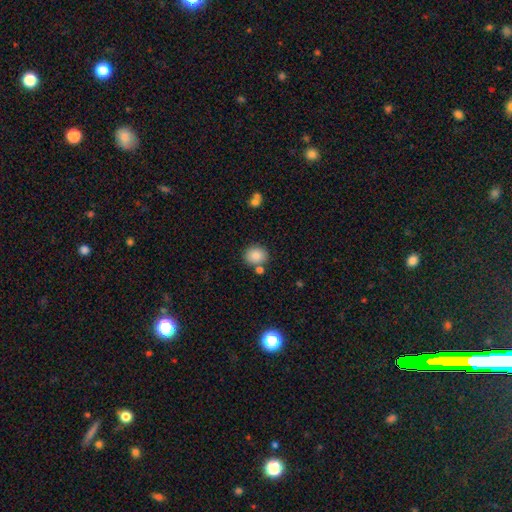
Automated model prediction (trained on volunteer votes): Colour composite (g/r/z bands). It shows a smooth galaxy with no disk features (84%) that is round (71%). Merging: none (74%).